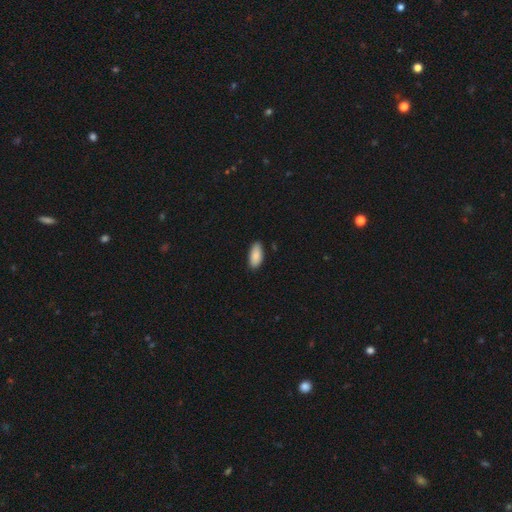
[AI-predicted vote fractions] A smooth galaxy with no disk features (89%) that is in between round and cigar-shaped (89%).

Vote fractions:
- Smooth or featured? smooth: 89% / star or artifact: 6% / featured or disk: 5%
- How rounded? in between: 89% / cigar-shaped: 9% / round: 2%
- Merging? none: 87% / minor disturbance: 10% / major disturbance: 2% / merger: 1%